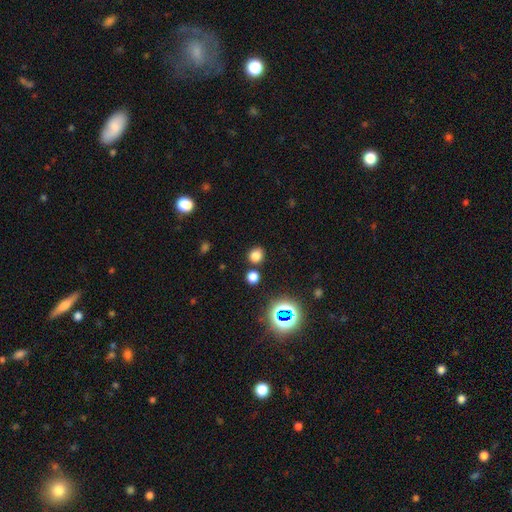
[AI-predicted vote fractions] Morphology: type=smooth (76%); roundness=round (80%); merging=none (81%).